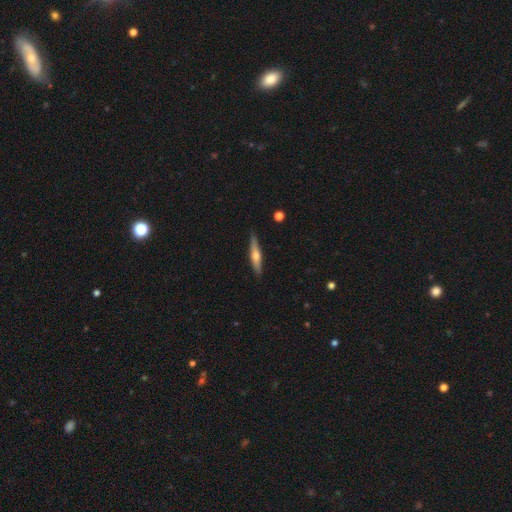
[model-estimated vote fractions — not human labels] This is possibly a featured or disk galaxy (50%). Merging: clearly none (87%).